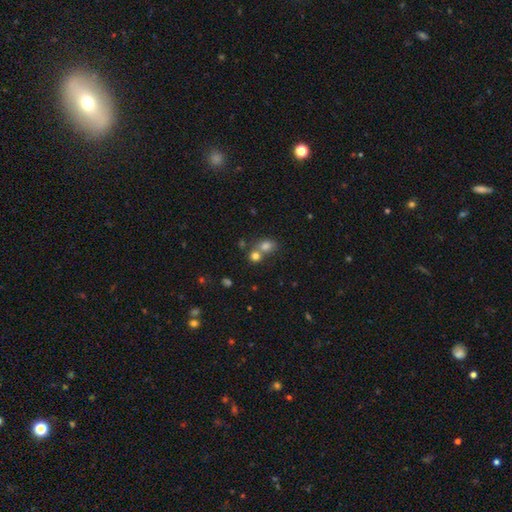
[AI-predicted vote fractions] The model was most divided on "merging": merger: 48%, none: 42%, minor disturbance: 7%, major disturbance: 3%. More confident: smooth or featured — smooth (75%); how rounded — round (70%).